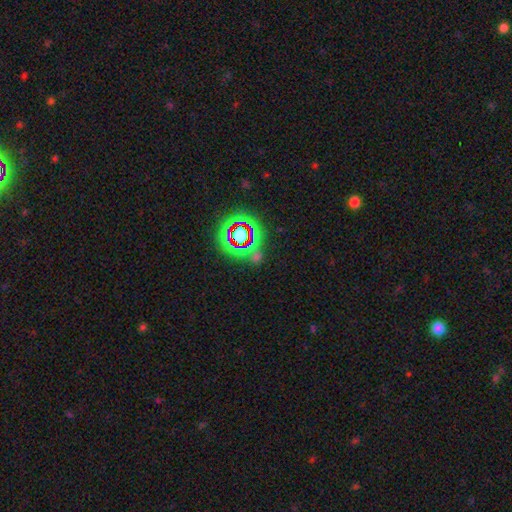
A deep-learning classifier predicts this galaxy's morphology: smooth_or_featured: star or artifact (p=0.61) [alt: smooth p=0.28]